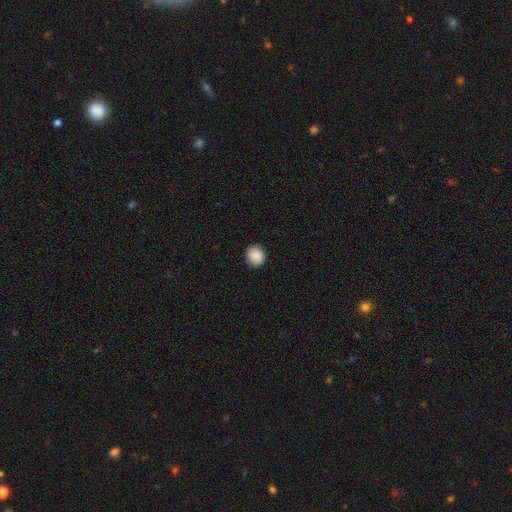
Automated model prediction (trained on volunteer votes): A smooth galaxy with no disk features (89%) that is round (84%).

Vote fractions:
- Smooth or featured? smooth: 89% / star or artifact: 8% / featured or disk: 4%
- How rounded? round: 84% / in between: 15% / cigar-shaped: 1%
- Merging? none: 89% / minor disturbance: 8% / major disturbance: 2% / merger: 1%